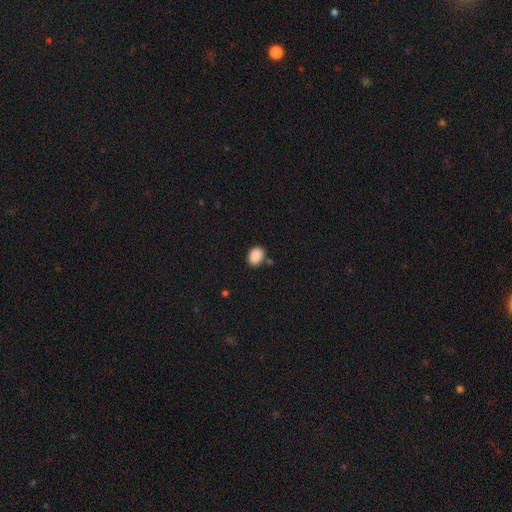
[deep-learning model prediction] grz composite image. It shows a smooth galaxy with no disk features (89%) that is in between round and cigar-shaped (68%). Merging: none (83%).